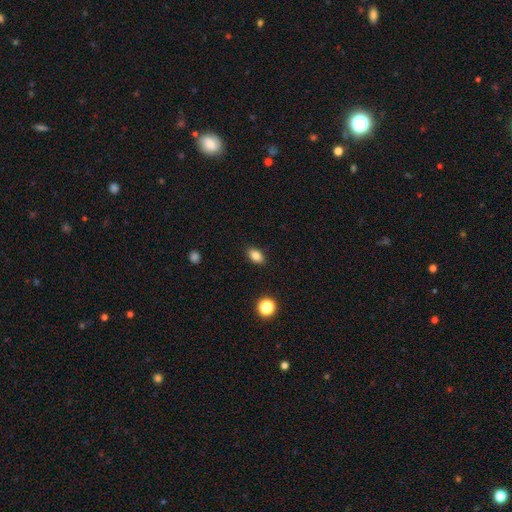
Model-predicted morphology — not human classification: Smooth or featured?
  - smooth: 83% *
  - star or artifact: 10%
  - featured or disk: 7%
How rounded?
  - in between: 86% *
  - round: 12%
  - cigar-shaped: 2%
Merging?
  - none: 88% *
  - minor disturbance: 8%
  - major disturbance: 2%
  - merger: 1%